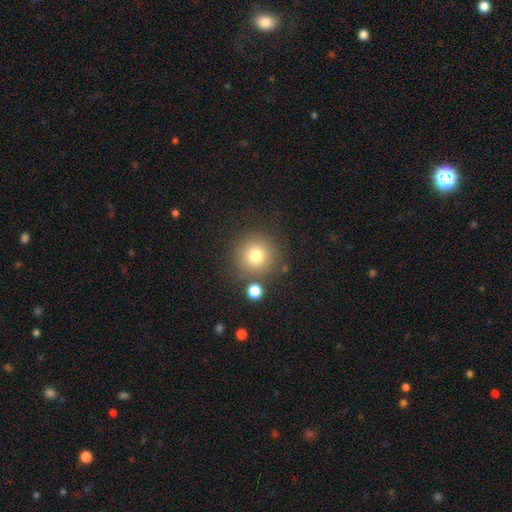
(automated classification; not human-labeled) The model was most divided on "smooth or featured": smooth: 78%, star or artifact: 13%, featured or disk: 9%. More confident: how rounded — round (94%); merging — none (80%).